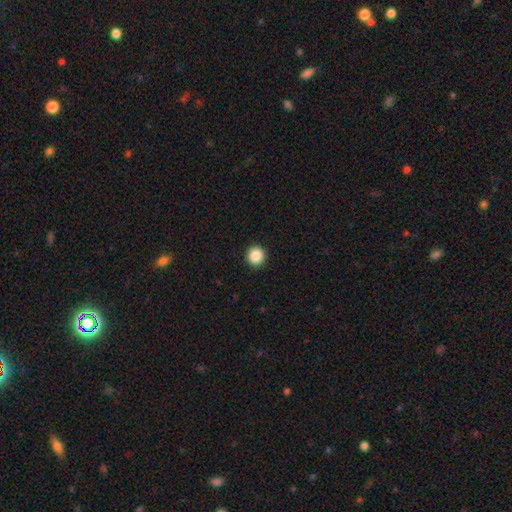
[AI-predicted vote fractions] This appears to be a smooth galaxy with no disk features (87%) that is round (93%). Merging: none (93%).